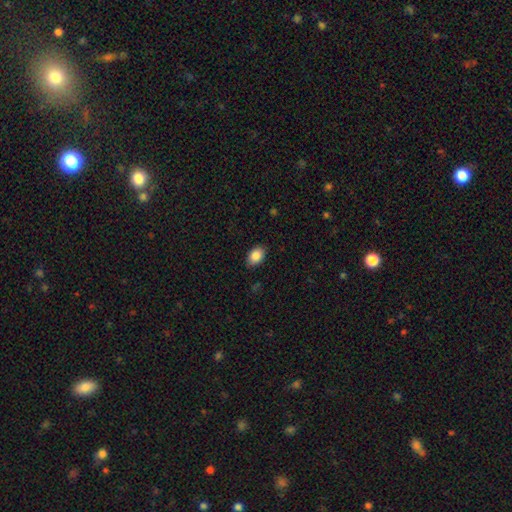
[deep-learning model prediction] Overall: smooth (89%). How rounded: in between (86%). Merging: none (86%).